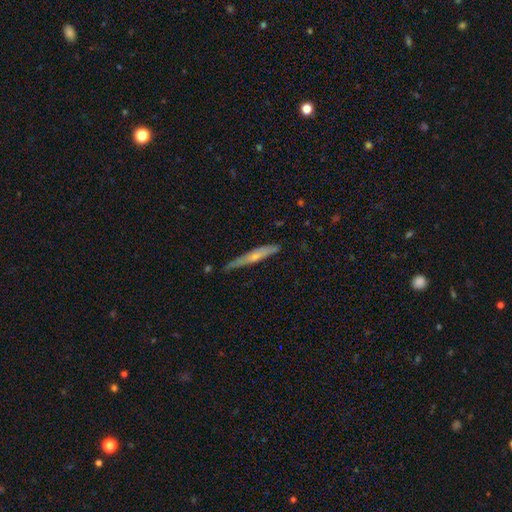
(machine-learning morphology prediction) smooth-or-featured: featured or disk: 50% | smooth: 44% | star or artifact: 6%
  disk-edge-on: yes: 91% | no: 9%
  merging: none: 72% | minor disturbance: 22% | major disturbance: 4% | merger: 2%